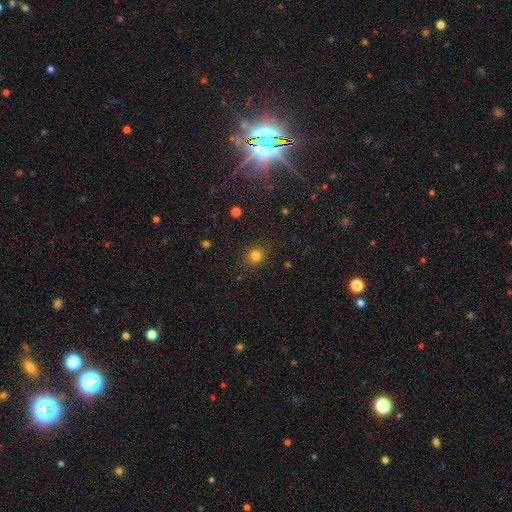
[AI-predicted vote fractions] Smooth or featured? smooth (80%)
How rounded? round (87%)
Merging? none (87%)